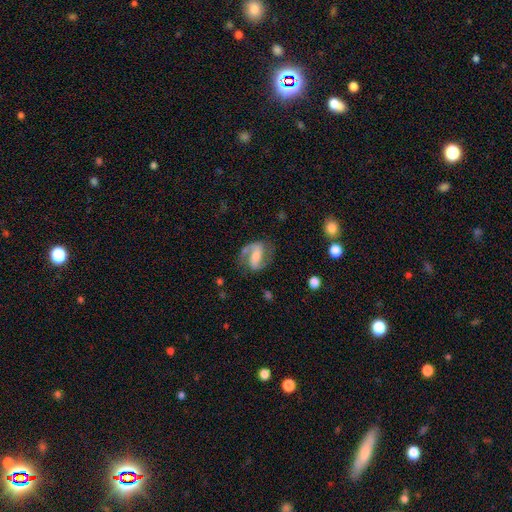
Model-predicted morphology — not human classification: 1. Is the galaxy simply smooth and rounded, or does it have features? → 83% featured or disk, 11% smooth, 5% star or artifact.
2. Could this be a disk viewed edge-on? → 97% no, 3% yes.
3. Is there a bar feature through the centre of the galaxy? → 39% strong, 38% weak, 23% no.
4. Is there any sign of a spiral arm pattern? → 95% yes, 5% no.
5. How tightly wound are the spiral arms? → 52% medium, 29% loose, 19% tight.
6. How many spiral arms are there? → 86% 2, 9% 1, 3% can't tell, 1% 3, 1% 4, 1% more than 4.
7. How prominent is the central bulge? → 45% moderate, 35% small, 10% large, 8% none, 2% dominant.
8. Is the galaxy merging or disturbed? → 71% none, 16% minor disturbance, 11% major disturbance, 2% merger.